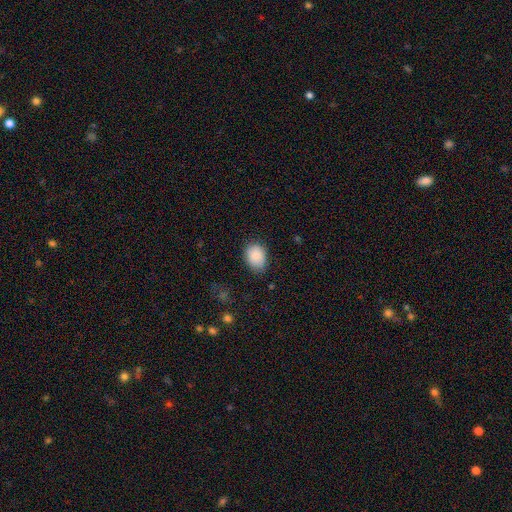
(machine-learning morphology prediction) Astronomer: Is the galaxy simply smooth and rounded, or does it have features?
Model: smooth — 88%.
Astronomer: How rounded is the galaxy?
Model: in between — 66%.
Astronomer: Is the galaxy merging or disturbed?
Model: none — 76%.